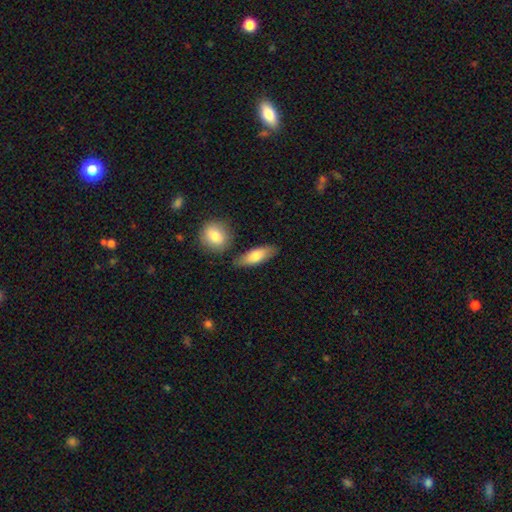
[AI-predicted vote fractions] Smooth or featured: smooth — 74% (featured or disk — 20%)
How rounded: in between — 66% (cigar-shaped — 31%)
Merging: none — 78% (minor disturbance — 12%)